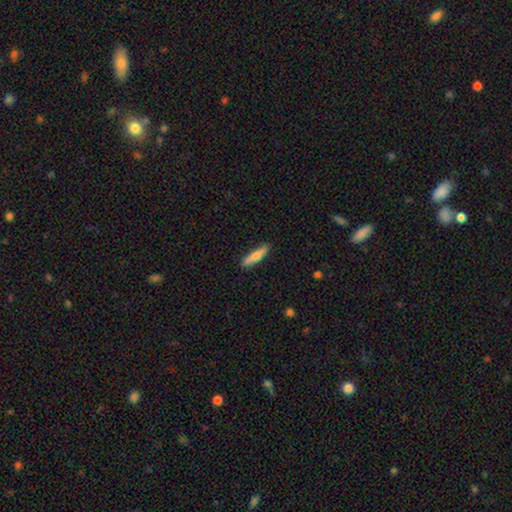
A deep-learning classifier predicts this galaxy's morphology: Smooth or featured? smooth (64%)
How rounded? cigar-shaped (86%)
Merging? none (88%)